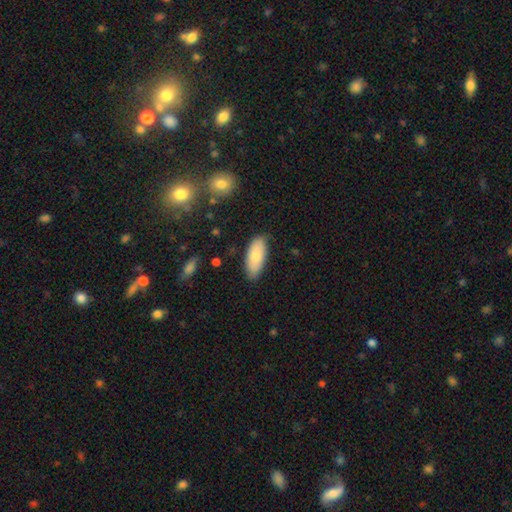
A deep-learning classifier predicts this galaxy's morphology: The model was most divided on "smooth or featured": smooth: 78%, featured or disk: 16%, star or artifact: 6%. More confident: how rounded — in between (87%); merging — none (80%).